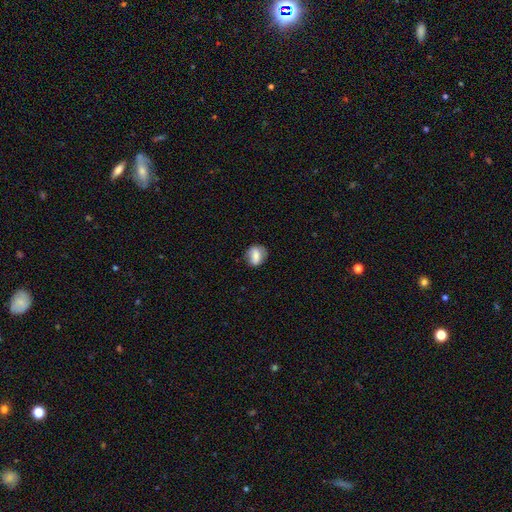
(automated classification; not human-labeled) Morphology: type=smooth (73%); roundness=round (53%); merging=none (73%).